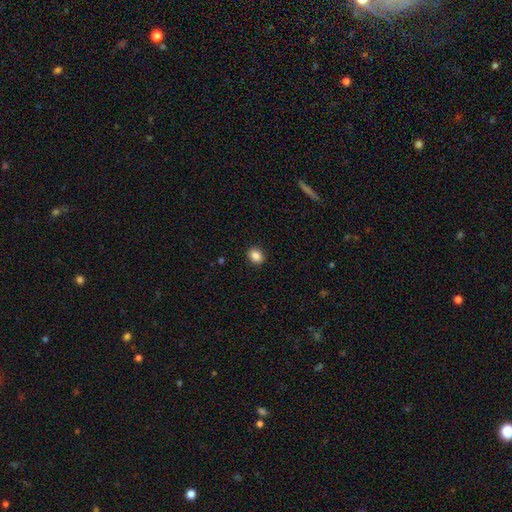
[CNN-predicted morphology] This appears to be a smooth galaxy with no disk features (87%) that is in between round and cigar-shaped (56%). Merging: none (90%).